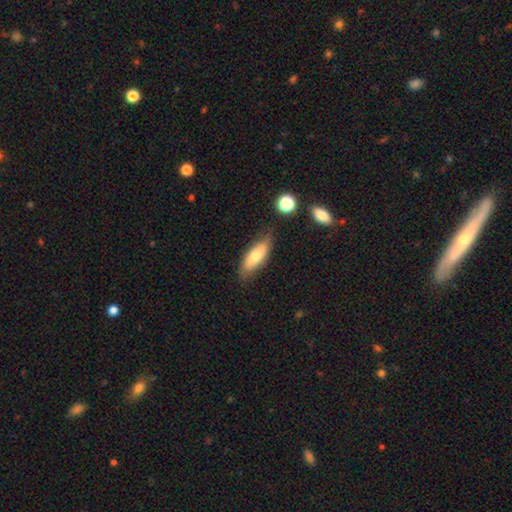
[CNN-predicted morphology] Smooth or featured? Predicted: smooth (p=0.68). How rounded? Predicted: in between (p=0.67). Merging? Predicted: none (p=0.75).